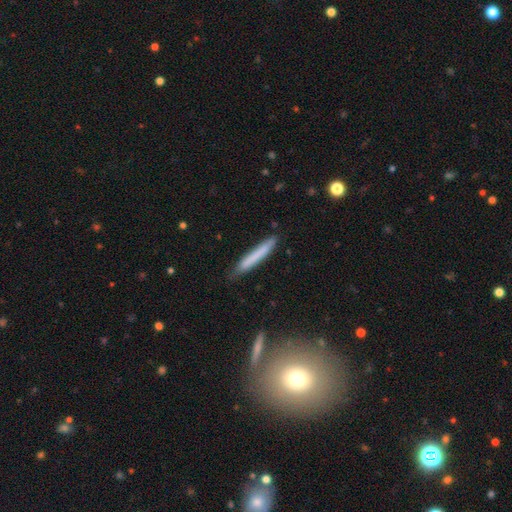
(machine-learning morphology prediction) smooth 72%, featured or disk 22%, star or artifact 6%. Down the decision tree: how rounded — cigar-shaped (96%); merging — none (83%).